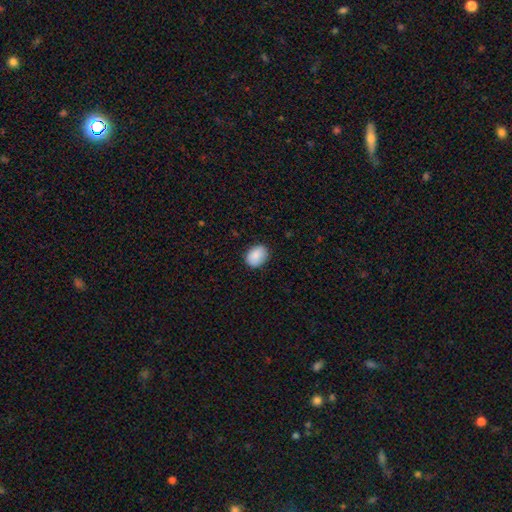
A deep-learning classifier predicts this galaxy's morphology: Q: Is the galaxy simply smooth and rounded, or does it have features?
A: smooth — 88%.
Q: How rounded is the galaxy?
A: in between — 68%.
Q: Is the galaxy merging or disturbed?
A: none — 85%.